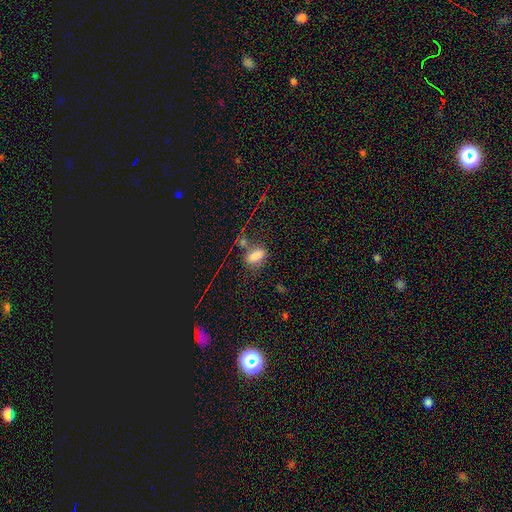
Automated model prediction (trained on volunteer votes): Overall: smooth (77%). How rounded: in between (86%). Merging: none (54%; minor disturbance 19%).